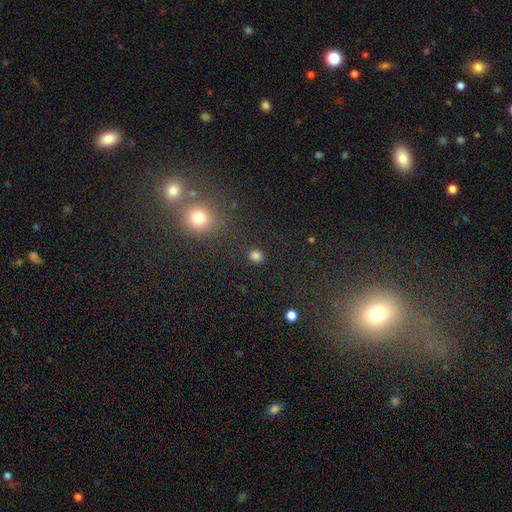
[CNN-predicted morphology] This is clearly a smooth galaxy (82%). How rounded: clearly round (82%). Merging: clearly none (87%).